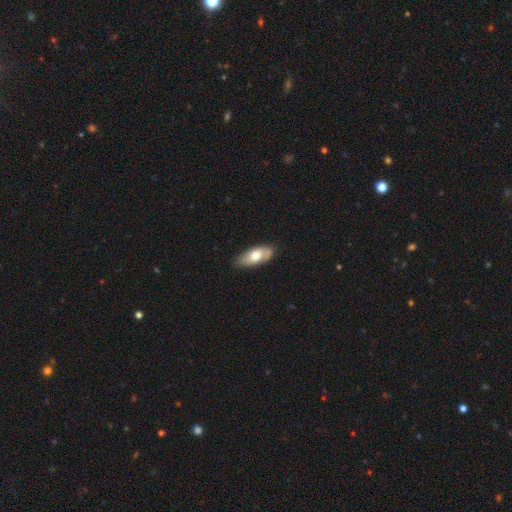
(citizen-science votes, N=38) Smooth or featured?
  - smooth: 66% *
  - featured or disk: 32%
  - star or artifact: 3%
How rounded?
  - in between: 88% *
  - cigar-shaped: 12%
  - round: 0%
Merging?
  - none: 65% *
  - minor disturbance: 27%
  - major disturbance: 5%
  - merger: 3%